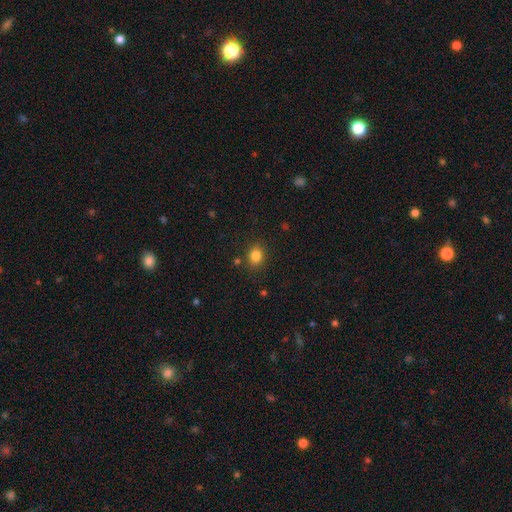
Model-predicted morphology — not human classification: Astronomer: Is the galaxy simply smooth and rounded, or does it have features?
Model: smooth — 83%.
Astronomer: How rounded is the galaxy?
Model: round — 57% (runner-up: in between, 42%).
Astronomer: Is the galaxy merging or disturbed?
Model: none — 83%.